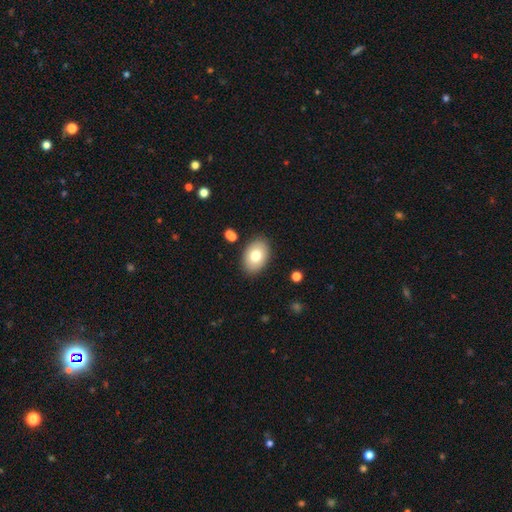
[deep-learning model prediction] Smooth or featured? Predicted: smooth (p=0.77). How rounded? Predicted: in between (p=0.84). Merging? Predicted: none (p=0.87).